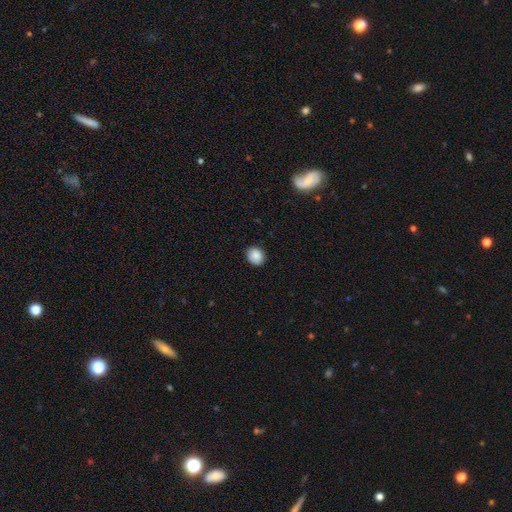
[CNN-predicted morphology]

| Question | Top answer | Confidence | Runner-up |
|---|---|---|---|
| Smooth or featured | smooth | 87% | star or artifact (8%) |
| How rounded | round | 62% | in between (37%) |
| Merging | none | 88% | minor disturbance (9%) |